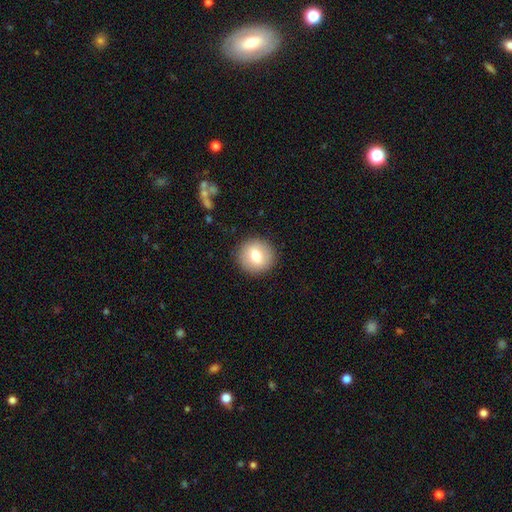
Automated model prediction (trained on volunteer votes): Overall: smooth (74%). How rounded: round (91%). Merging: none (90%).